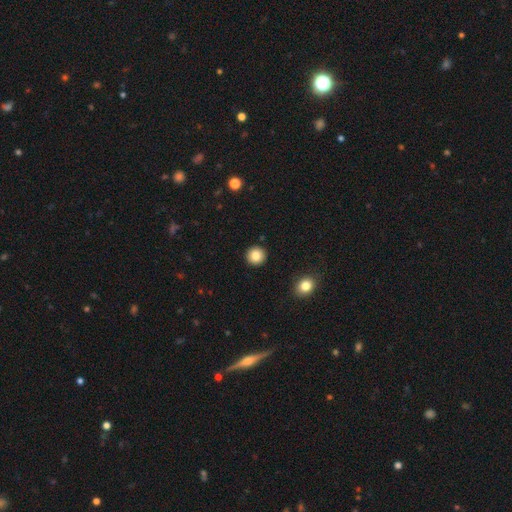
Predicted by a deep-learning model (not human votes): smooth_or_featured: smooth (p=0.84) [alt: star or artifact p=0.10]
how_rounded: round (p=0.95) [alt: in between p=0.04]
merging: none (p=0.93) [alt: minor disturbance p=0.04]